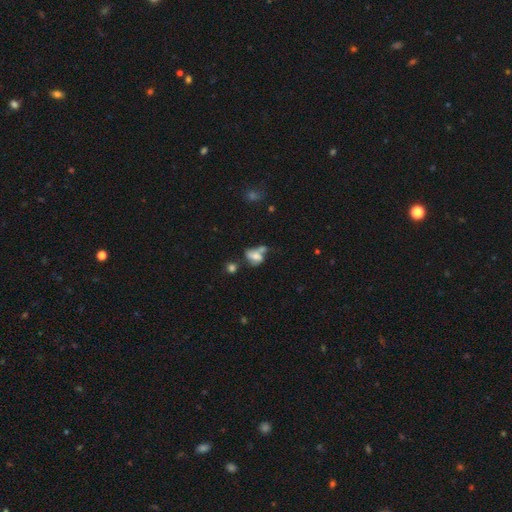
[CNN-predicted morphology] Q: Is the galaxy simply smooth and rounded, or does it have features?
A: smooth — 52%.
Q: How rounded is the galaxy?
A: in between — 74%.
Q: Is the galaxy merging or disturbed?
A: merger — 39%.